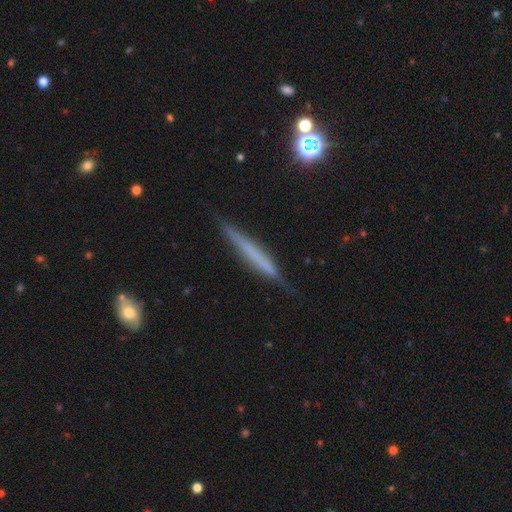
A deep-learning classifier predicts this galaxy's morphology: A featured or disk galaxy (47%).

Vote fractions:
- Smooth or featured? featured or disk: 47% / smooth: 45% / star or artifact: 8%
- Merging? none: 84% / minor disturbance: 12% / major disturbance: 2% / merger: 2%